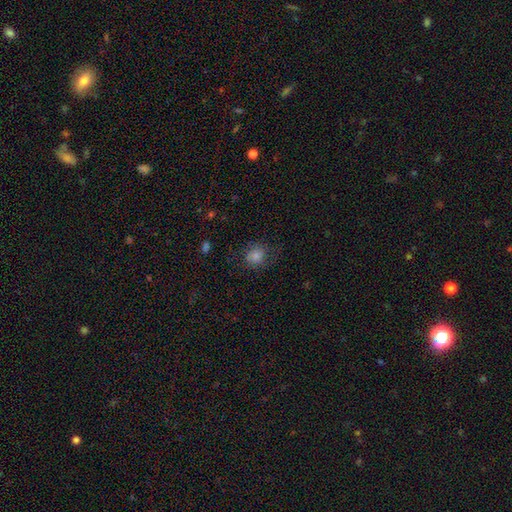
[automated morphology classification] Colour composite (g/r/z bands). It shows a smooth galaxy with no disk features (67%) that is round (78%). Merging: none (71%).